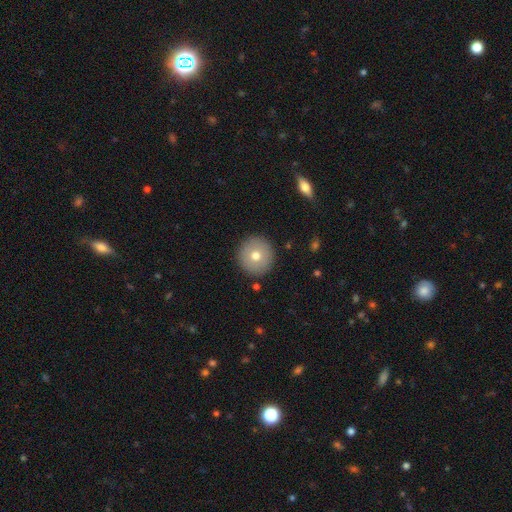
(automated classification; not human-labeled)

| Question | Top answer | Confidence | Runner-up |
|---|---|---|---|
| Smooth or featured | smooth | 71% | featured or disk (20%) |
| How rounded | round | 95% | in between (4%) |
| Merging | none | 91% | minor disturbance (6%) |